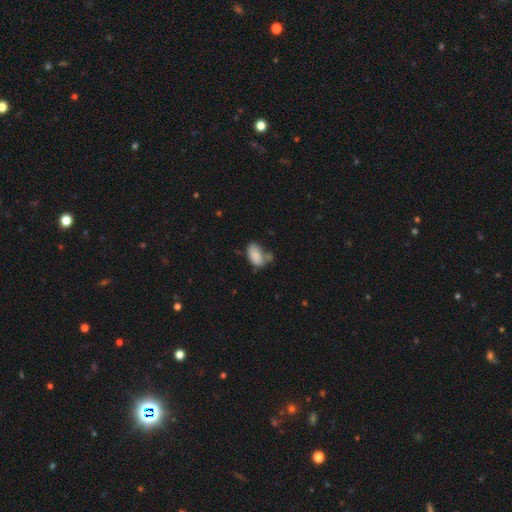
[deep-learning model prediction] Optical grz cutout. It shows a smooth galaxy with no disk features (84%) that is in between round and cigar-shaped (93%). Merging: none (46%).